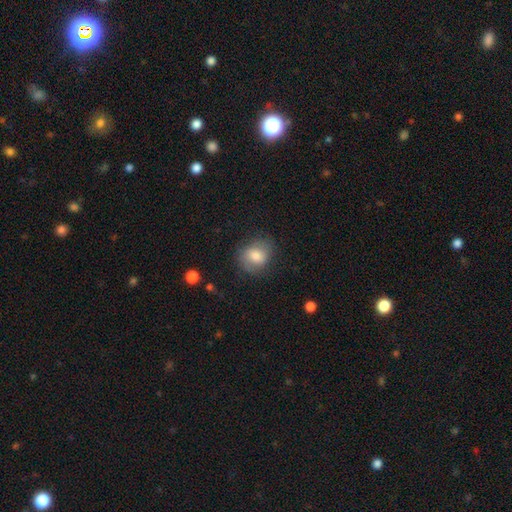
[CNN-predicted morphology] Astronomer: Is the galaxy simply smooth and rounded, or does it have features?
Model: smooth — 73%.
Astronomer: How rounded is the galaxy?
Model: round — 63%.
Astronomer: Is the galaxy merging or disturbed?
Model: none — 71%.